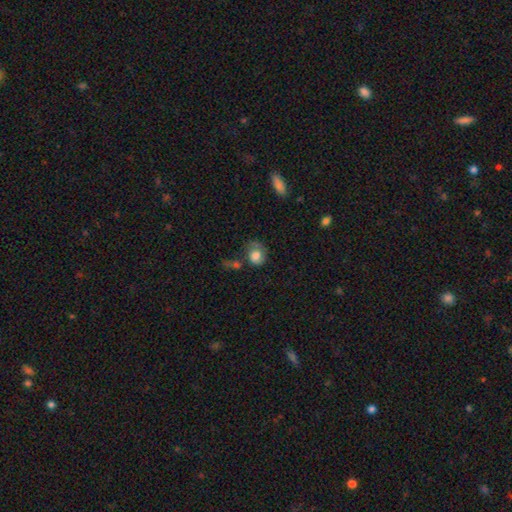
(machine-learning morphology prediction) A smooth galaxy with no disk features (75%) that is round (58%). Merging: none (36%).